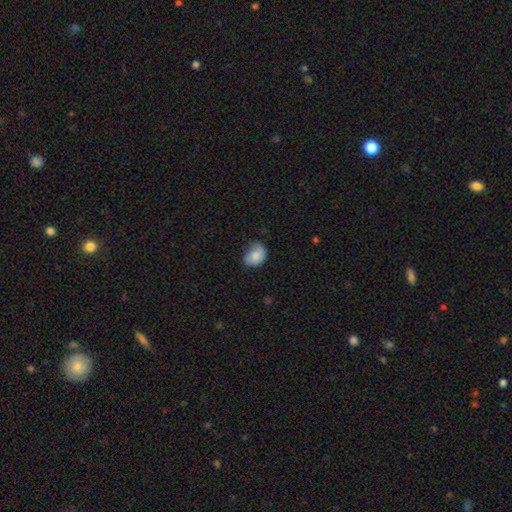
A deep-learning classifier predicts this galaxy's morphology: type=smooth (80%); roundness=in between (61%); merging=none (49%).